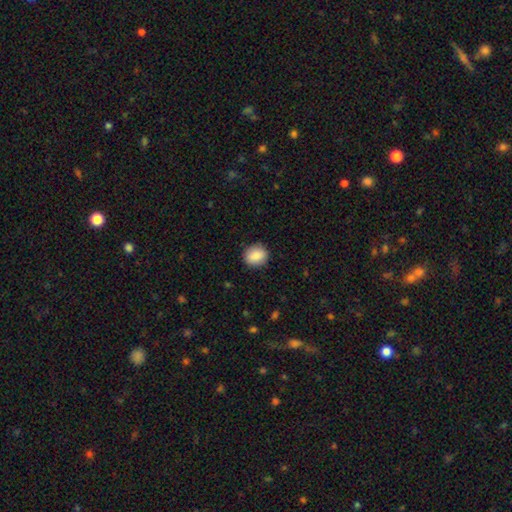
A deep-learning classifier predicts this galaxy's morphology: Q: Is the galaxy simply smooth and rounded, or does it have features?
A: smooth — 87%.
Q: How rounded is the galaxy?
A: round — 65%.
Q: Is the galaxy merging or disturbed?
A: none — 86%.